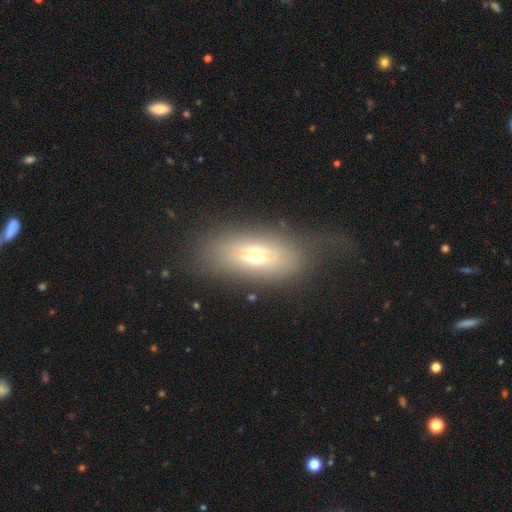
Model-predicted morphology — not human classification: This appears to be a smooth galaxy with no disk features (53%) that is in between round and cigar-shaped (79%). Merging: none (61%).